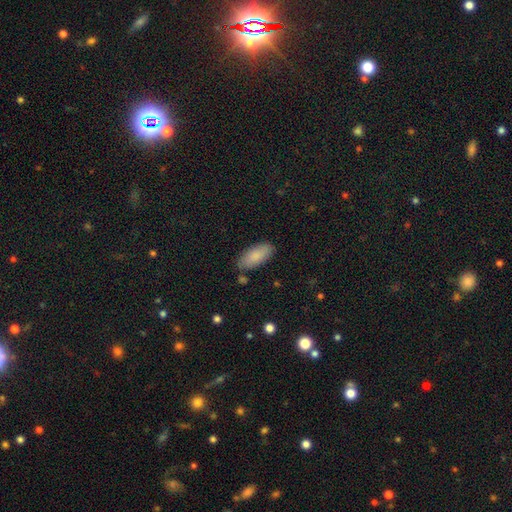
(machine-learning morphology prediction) This appears to be a smooth galaxy with no disk features (85%) that is in between round and cigar-shaped (87%). Merging: none (82%).